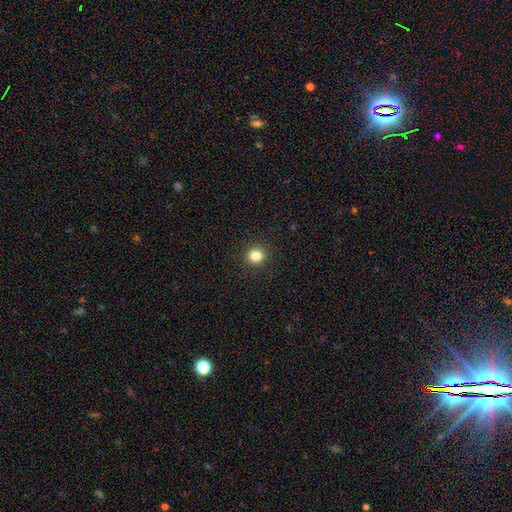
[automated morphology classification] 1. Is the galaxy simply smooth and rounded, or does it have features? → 83% smooth, 12% star or artifact, 5% featured or disk.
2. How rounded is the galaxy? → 85% round, 15% in between, 1% cigar-shaped.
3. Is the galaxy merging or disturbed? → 92% none, 5% minor disturbance, 2% major disturbance, 1% merger.